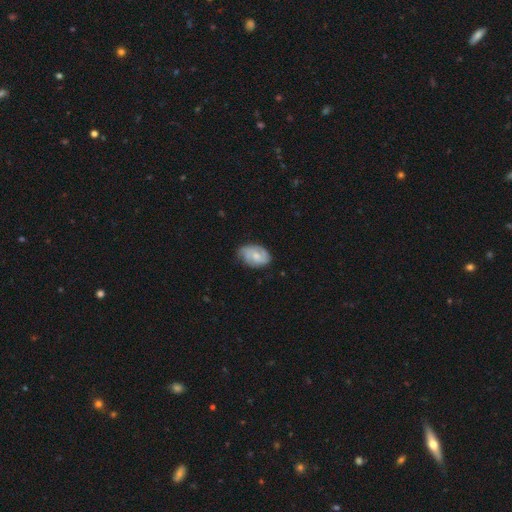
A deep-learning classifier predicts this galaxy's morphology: type=featured or disk (55%); edge-on=no (97%); bar=no (66%); spiral arms=yes (84%); bulge=moderate (49%); merging=none (62%).